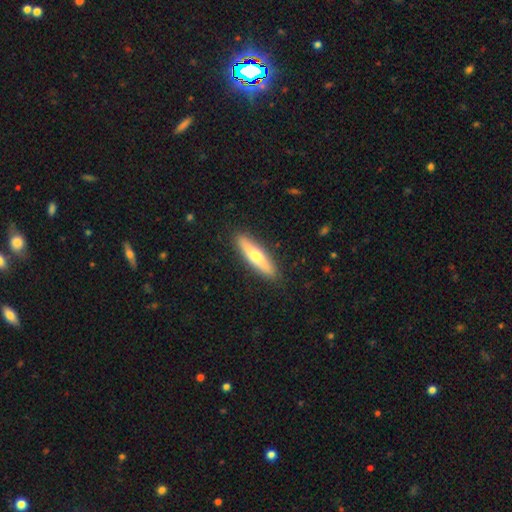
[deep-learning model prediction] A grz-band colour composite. It shows a smooth galaxy with no disk features (57%) that is cigar-shaped (80%). Merging: none (90%).